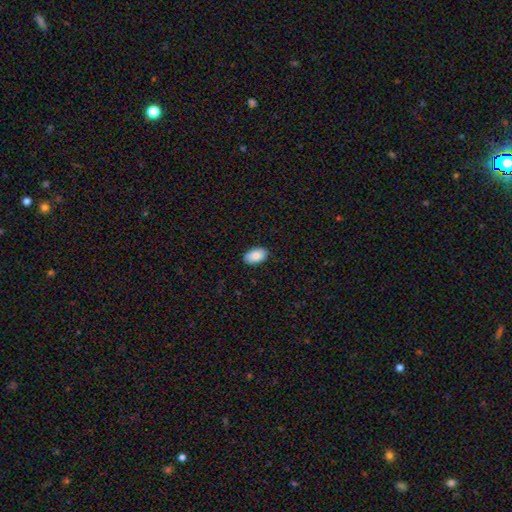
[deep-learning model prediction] A smooth galaxy with no disk features (85%) that is in between round and cigar-shaped (93%).

Vote fractions:
- Smooth or featured? smooth: 85% / featured or disk: 8% / star or artifact: 7%
- How rounded? in between: 93% / round: 6% / cigar-shaped: 1%
- Merging? none: 88% / minor disturbance: 9% / major disturbance: 2% / merger: 1%